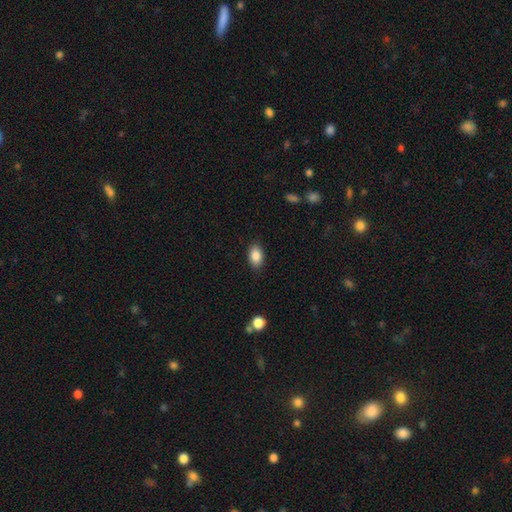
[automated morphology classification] A smooth galaxy with no disk features (86%) that is in between round and cigar-shaped (90%).

Vote fractions:
- Smooth or featured? smooth: 86% / star or artifact: 8% / featured or disk: 6%
- How rounded? in between: 90% / round: 8% / cigar-shaped: 2%
- Merging? none: 87% / minor disturbance: 9% / major disturbance: 2% / merger: 1%